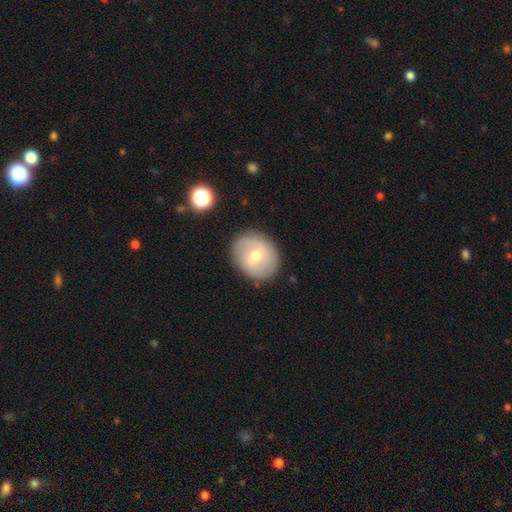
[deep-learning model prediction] The model was most divided on "smooth or featured": smooth: 52%, featured or disk: 40%, star or artifact: 8%. More confident: merging — none (86%); how rounded — round (59%).